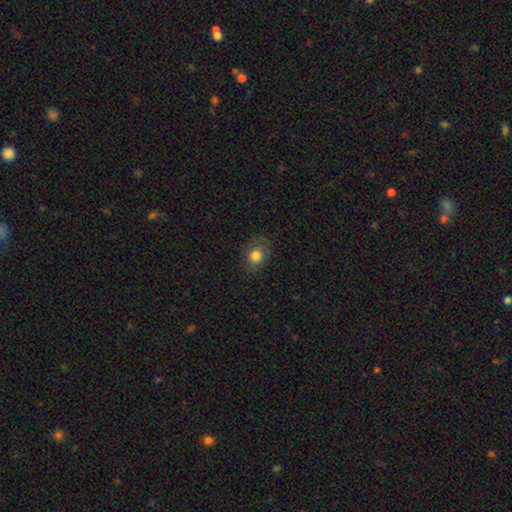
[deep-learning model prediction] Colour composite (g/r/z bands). It shows a smooth galaxy with no disk features (80%) that is round (65%). Merging: none (77%).